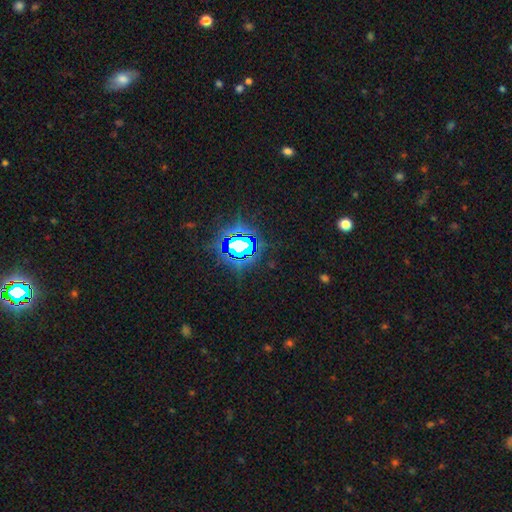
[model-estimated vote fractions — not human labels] This is clearly a star or artifact rather than a galaxy (80%).